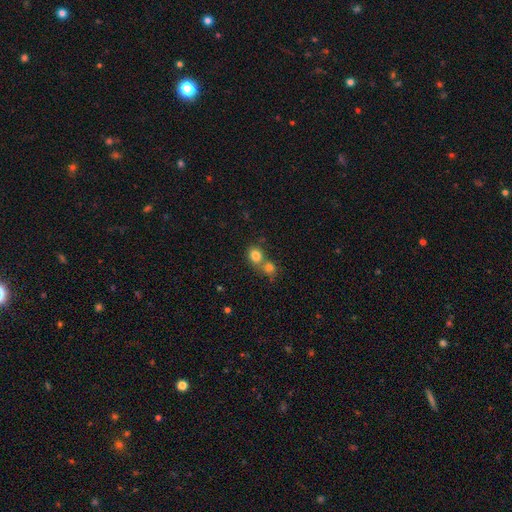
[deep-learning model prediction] This appears to be a smooth galaxy with no disk features (81%) that is round (71%). Merging: merger (48%).